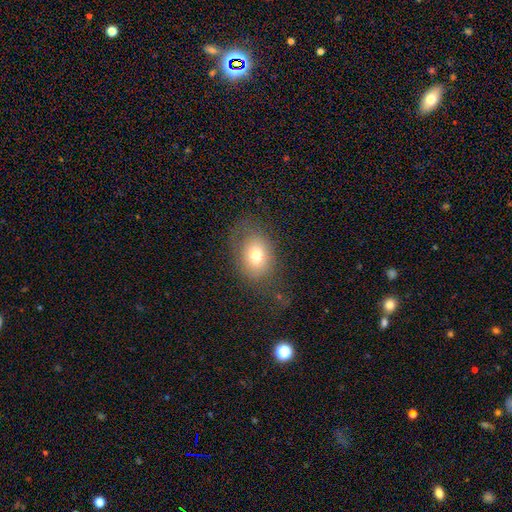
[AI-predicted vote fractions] Smooth or featured? Predicted: smooth (p=0.72). How rounded? Predicted: in between (p=0.64). Merging? Predicted: none (p=0.64).